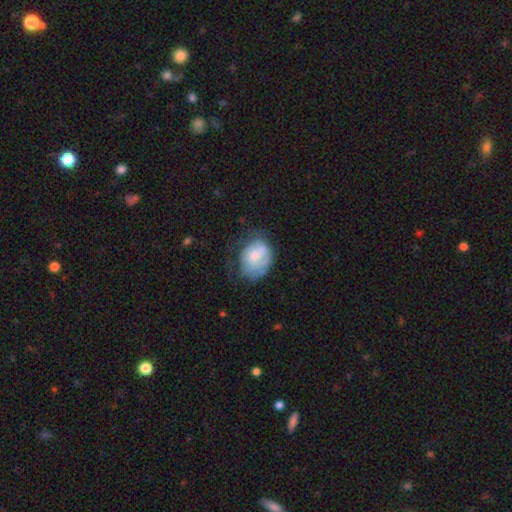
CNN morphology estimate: smooth-or-featured: featured or disk: 48% | smooth: 45% | star or artifact: 7%
  merging: none: 43% | minor disturbance: 31% | major disturbance: 23% | merger: 2%